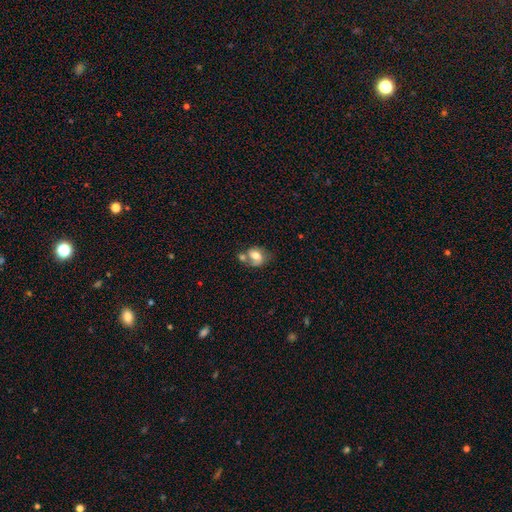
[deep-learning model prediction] smooth-or-featured: smooth: 57% | featured or disk: 34% | star or artifact: 9%
  how-rounded: in between: 56% | round: 43% | cigar-shaped: 1%
  merging: merger: 38% | none: 31% | minor disturbance: 18% | major disturbance: 13%